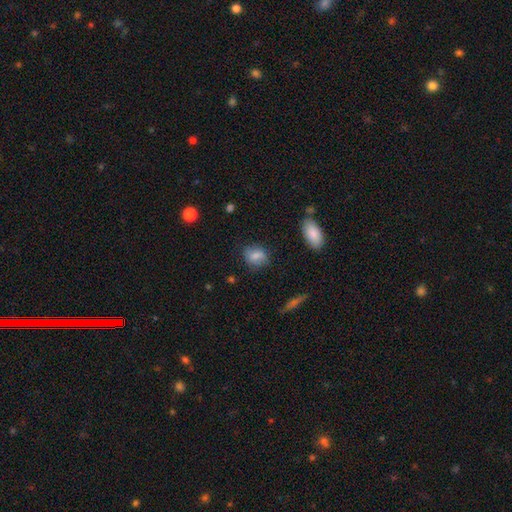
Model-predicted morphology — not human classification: This appears to be a smooth galaxy with no disk features (80%) that is round (51%). Merging: none (76%).